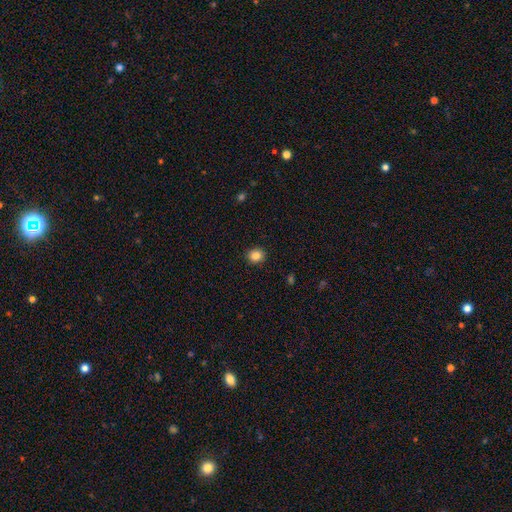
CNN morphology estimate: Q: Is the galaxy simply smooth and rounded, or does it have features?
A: smooth — 86%.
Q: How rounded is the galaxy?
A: round — 80%.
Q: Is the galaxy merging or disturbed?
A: none — 91%.